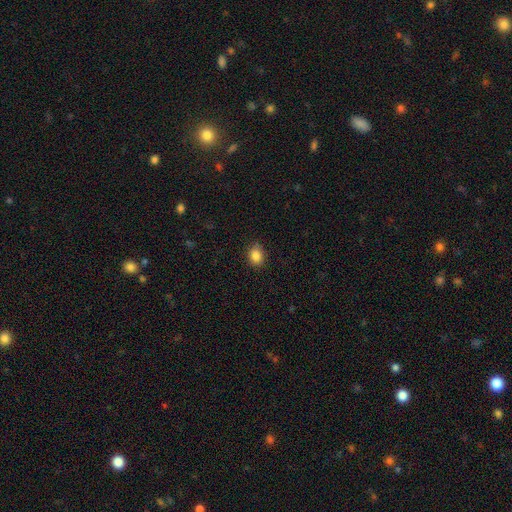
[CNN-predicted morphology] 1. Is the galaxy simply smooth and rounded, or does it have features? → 85% smooth, 10% star or artifact, 5% featured or disk.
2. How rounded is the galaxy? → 52% in between, 47% round, 1% cigar-shaped.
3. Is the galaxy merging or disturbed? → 85% none, 12% minor disturbance, 2% major disturbance, 1% merger.